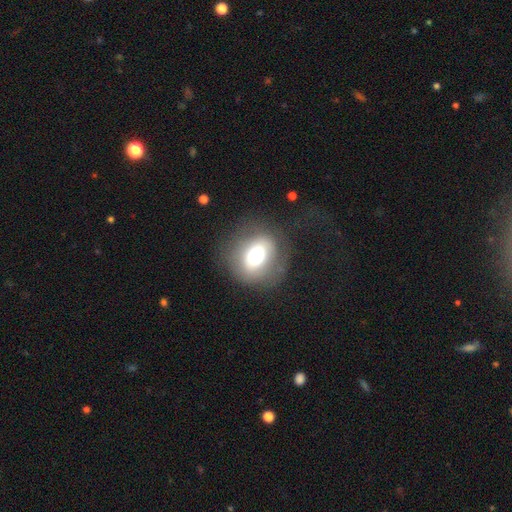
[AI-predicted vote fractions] Q: Smooth or featured?
A: smooth (65%); runner-up: featured or disk (23%)
Q: How rounded?
A: round (65%); runner-up: in between (34%)
Q: Merging?
A: none (71%); runner-up: minor disturbance (16%)